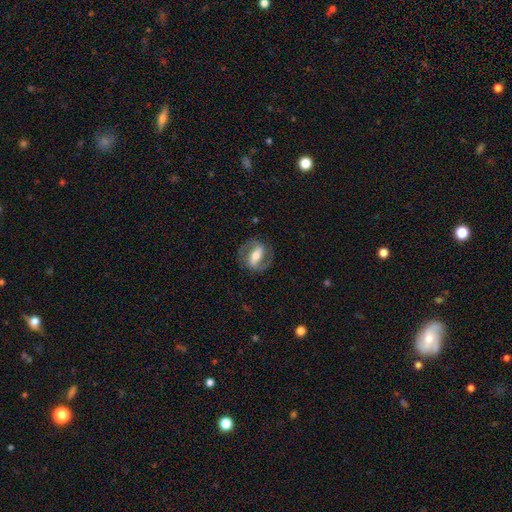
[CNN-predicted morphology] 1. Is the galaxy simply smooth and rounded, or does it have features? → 75% featured or disk, 20% smooth, 6% star or artifact.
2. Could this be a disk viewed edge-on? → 92% no, 8% yes.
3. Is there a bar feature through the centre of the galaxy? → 65% strong, 23% weak, 12% no.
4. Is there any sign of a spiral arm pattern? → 82% yes, 18% no.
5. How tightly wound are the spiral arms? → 48% medium, 34% tight, 17% loose.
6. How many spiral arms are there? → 86% 2, 6% can't tell, 5% 1, 1% 3, 1% 4, 1% more than 4.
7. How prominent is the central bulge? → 60% moderate, 23% small, 13% large, 2% none, 2% dominant.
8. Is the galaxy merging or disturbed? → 80% none, 12% minor disturbance, 7% major disturbance, 1% merger.